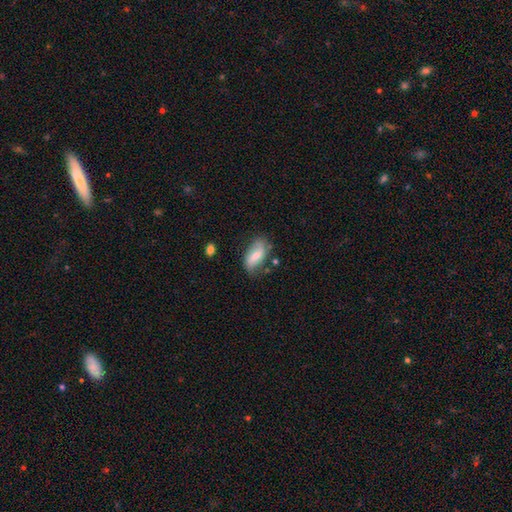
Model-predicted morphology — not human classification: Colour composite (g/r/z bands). It shows a smooth galaxy with no disk features (52%) that is in between round and cigar-shaped (87%). Merging: none (67%).